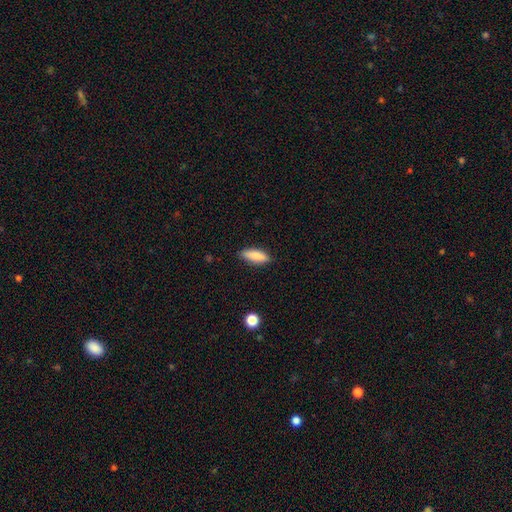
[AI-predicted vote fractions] Smooth or featured? Predicted: smooth (p=0.83). How rounded? Predicted: in between (p=0.58). Merging? Predicted: none (p=0.85).